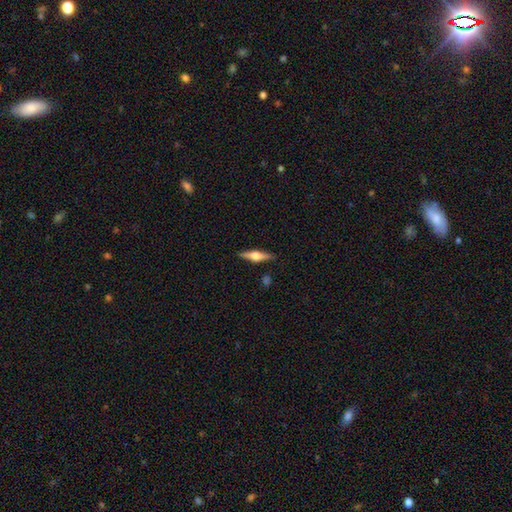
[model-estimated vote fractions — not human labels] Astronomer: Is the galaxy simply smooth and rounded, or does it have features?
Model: featured or disk — 66%.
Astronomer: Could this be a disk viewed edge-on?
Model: yes — 97%.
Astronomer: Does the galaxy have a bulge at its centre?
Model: rounded — 93%.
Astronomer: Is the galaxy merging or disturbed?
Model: none — 88%.